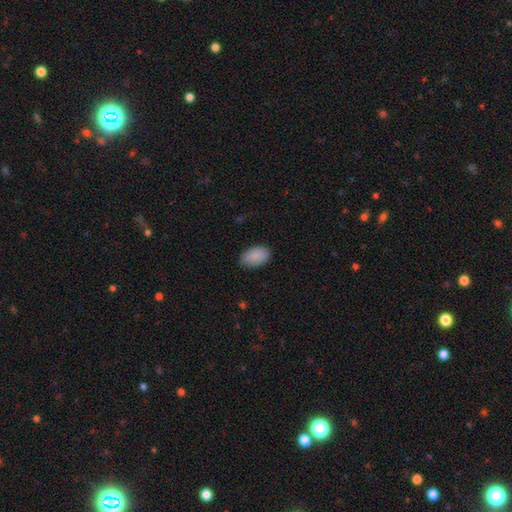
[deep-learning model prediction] Q: Smooth or featured?
A: smooth (90%); runner-up: star or artifact (7%)
Q: How rounded?
A: in between (91%); runner-up: round (8%)
Q: Merging?
A: none (83%); runner-up: minor disturbance (13%)